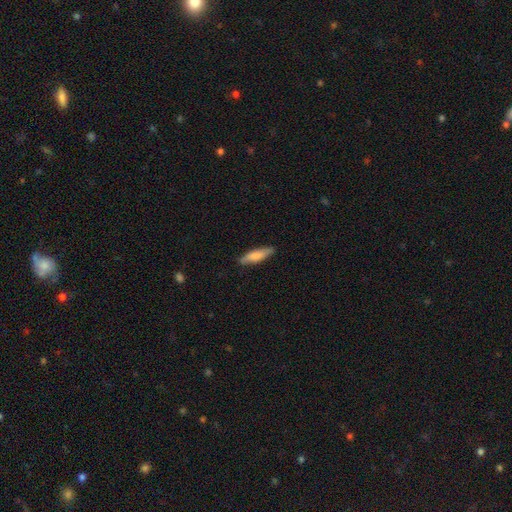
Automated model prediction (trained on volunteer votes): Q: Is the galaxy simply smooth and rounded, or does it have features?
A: smooth — 78%.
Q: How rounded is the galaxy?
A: cigar-shaped — 67%.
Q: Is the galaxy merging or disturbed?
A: none — 83%.